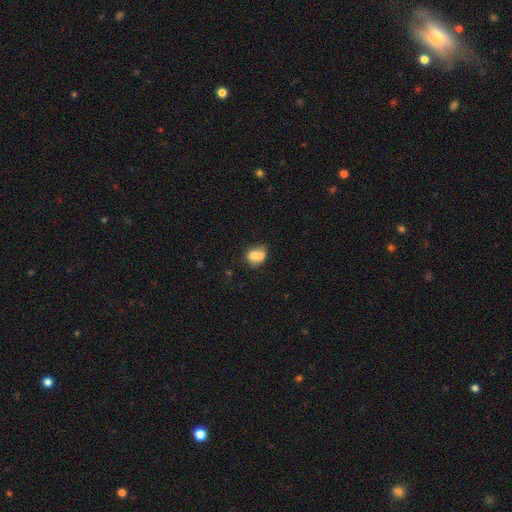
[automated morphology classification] Smooth or featured: smooth — 69% (featured or disk — 22%)
How rounded: round — 59% (in between — 40%)
Merging: merger — 58% (none — 27%)